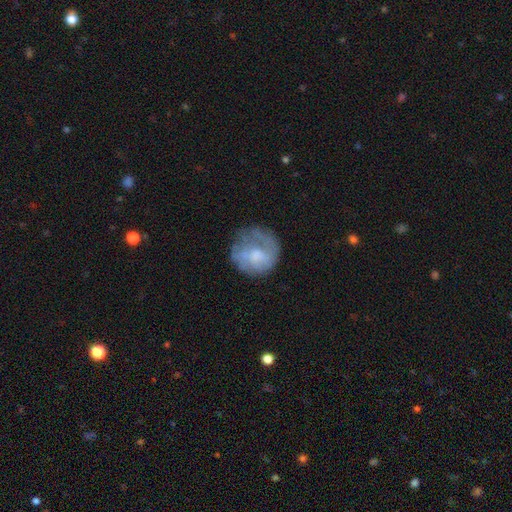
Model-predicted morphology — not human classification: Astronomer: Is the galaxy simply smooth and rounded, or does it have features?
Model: smooth — 48% (runner-up: featured or disk, 43%).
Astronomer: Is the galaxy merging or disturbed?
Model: none — 55%.